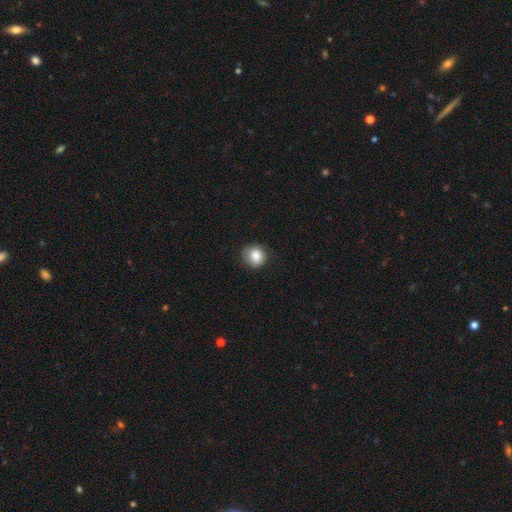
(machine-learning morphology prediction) Smooth or featured? Predicted: smooth (p=0.85). How rounded? Predicted: round (p=0.82). Merging? Predicted: none (p=0.76).